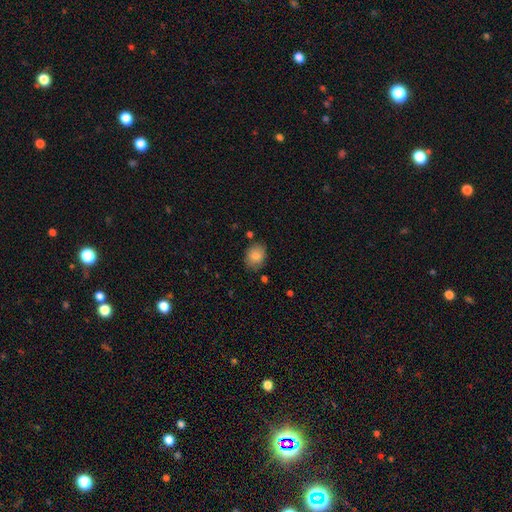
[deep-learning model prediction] The model was most divided on "how rounded": in between: 54%, round: 45%, cigar-shaped: 1%. More confident: smooth or featured — smooth (84%); merging — none (78%).